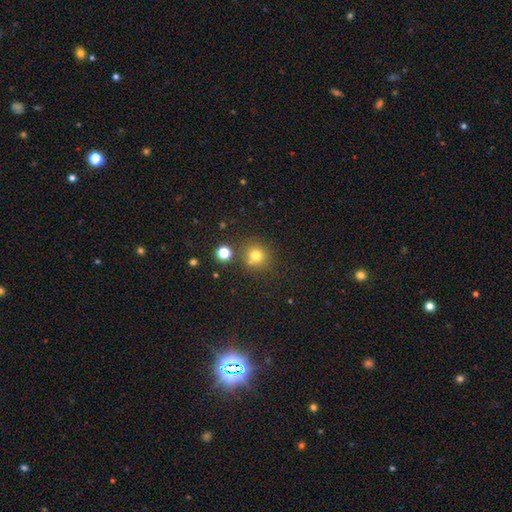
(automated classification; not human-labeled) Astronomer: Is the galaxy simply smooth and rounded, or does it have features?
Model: smooth — 76%.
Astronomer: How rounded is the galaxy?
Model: round — 89%.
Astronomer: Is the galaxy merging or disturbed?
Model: none — 73%.